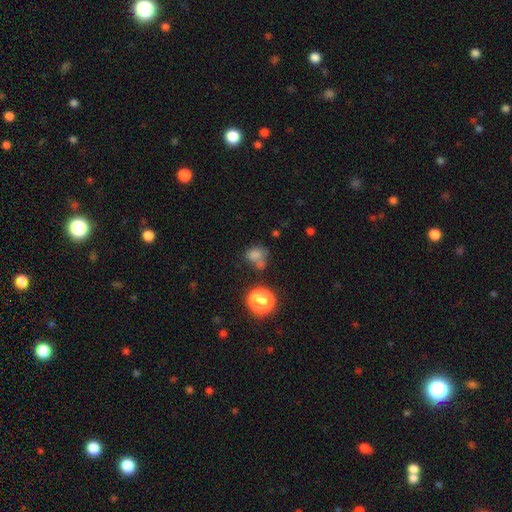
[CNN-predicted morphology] This is likely a smooth galaxy (69%). How rounded: possibly round (50%). Merging: marginally none (38%).